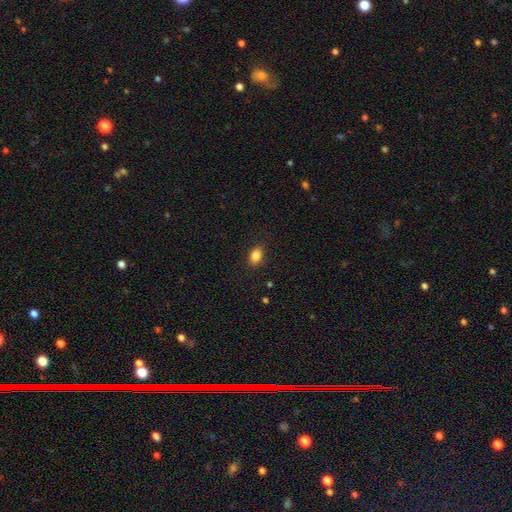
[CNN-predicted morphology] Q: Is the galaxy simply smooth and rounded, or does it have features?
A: smooth — 85%.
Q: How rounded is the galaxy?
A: in between — 72%.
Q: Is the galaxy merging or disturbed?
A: none — 87%.